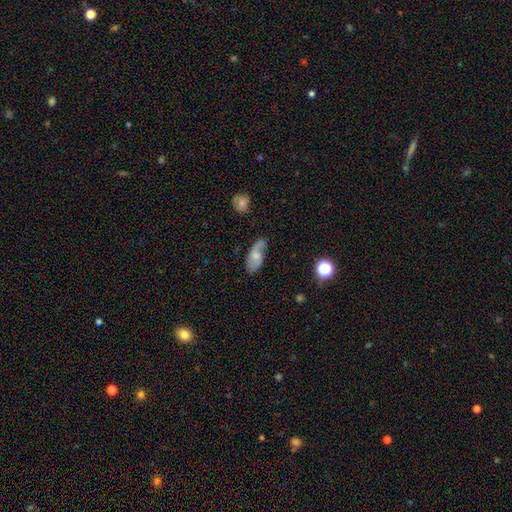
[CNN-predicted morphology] Q: Smooth or featured?
A: smooth (47%); runner-up: featured or disk (46%)
Q: Merging?
A: none (61%); runner-up: minor disturbance (28%)